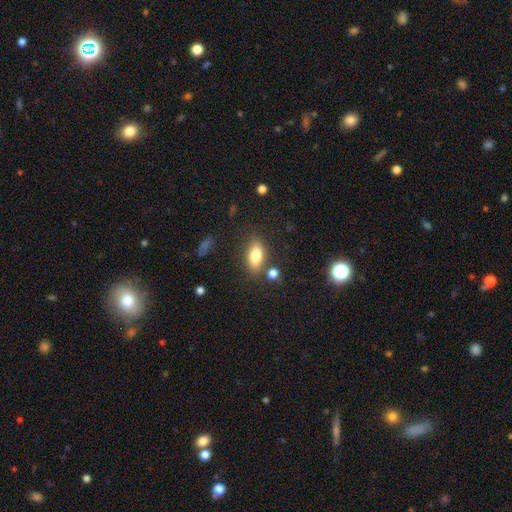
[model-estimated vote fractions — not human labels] smooth_or_featured: smooth (p=0.79) [alt: featured or disk p=0.13]
how_rounded: in between (p=0.83) [alt: cigar-shaped p=0.12]
merging: none (p=0.79) [alt: minor disturbance p=0.12]